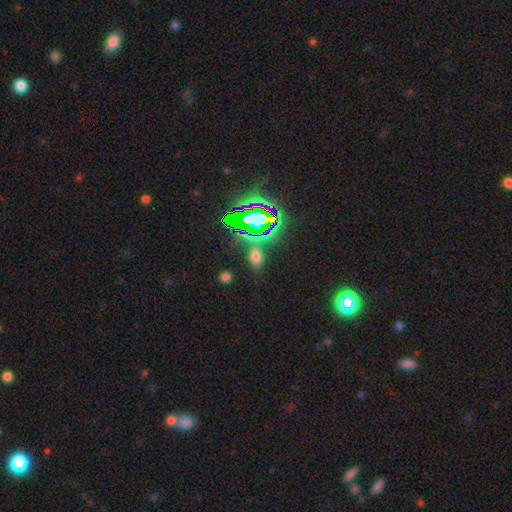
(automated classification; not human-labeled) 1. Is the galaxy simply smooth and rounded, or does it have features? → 56% smooth, 34% star or artifact, 9% featured or disk.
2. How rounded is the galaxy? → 80% in between, 15% round, 4% cigar-shaped.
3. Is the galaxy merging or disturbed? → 79% none, 11% minor disturbance, 5% major disturbance, 5% merger.